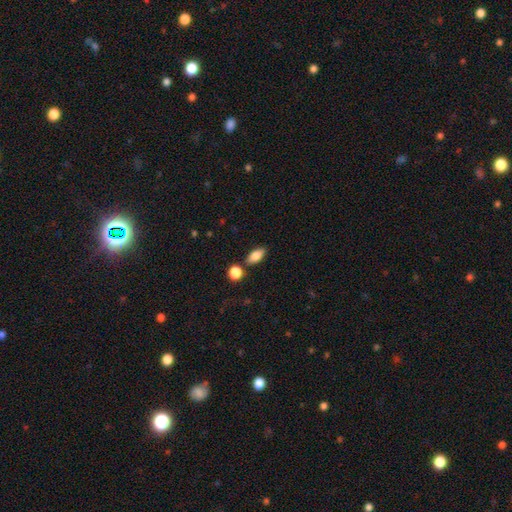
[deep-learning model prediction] Q: Smooth or featured?
A: smooth (82%); runner-up: featured or disk (10%)
Q: How rounded?
A: in between (85%); runner-up: cigar-shaped (9%)
Q: Merging?
A: none (80%); runner-up: minor disturbance (10%)